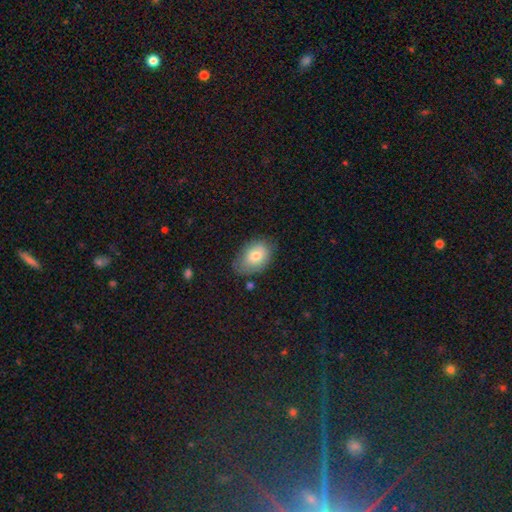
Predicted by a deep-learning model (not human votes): Smooth or featured? smooth (75%)
How rounded? in between (81%)
Merging? none (65%)